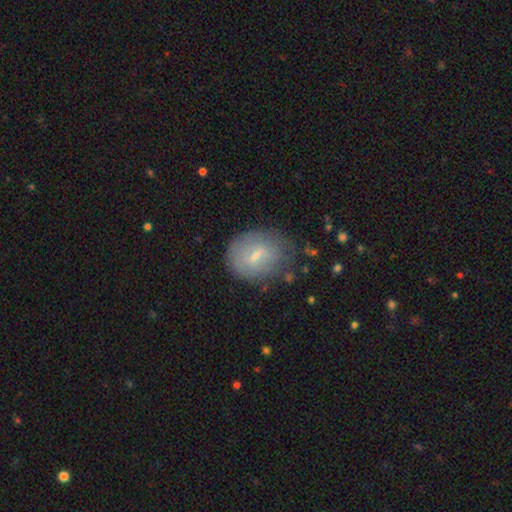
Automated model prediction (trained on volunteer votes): smooth 51%, featured or disk 39%, star or artifact 10%. Down the decision tree: how rounded — in between (53%); merging — none (69%).